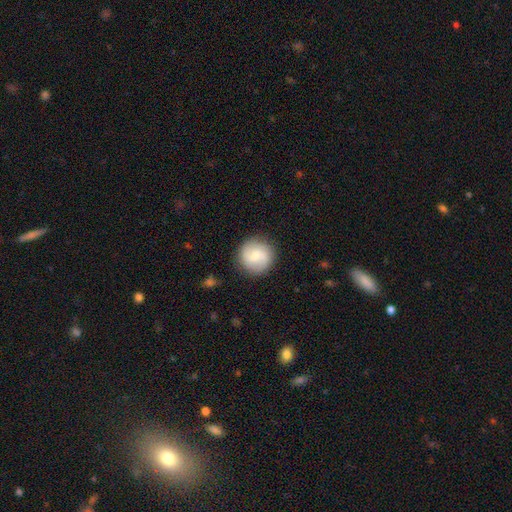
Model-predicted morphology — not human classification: Q: Smooth or featured?
A: smooth (47%); tied with: featured or disk (47%)
Q: Merging?
A: none (87%); runner-up: minor disturbance (9%)